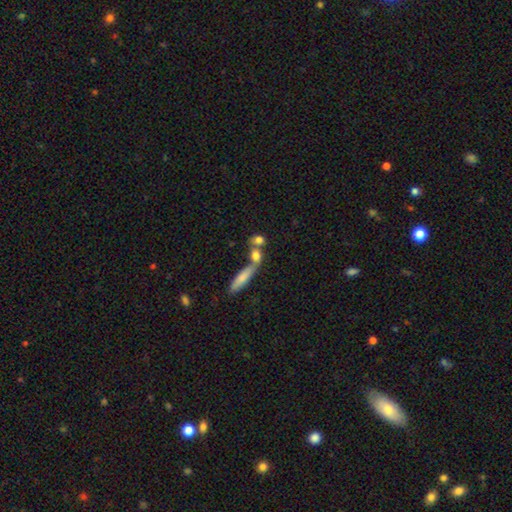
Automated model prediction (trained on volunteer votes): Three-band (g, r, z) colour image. It shows a smooth galaxy with no disk features (75%) that is round (45%). Merging: merger (44%).